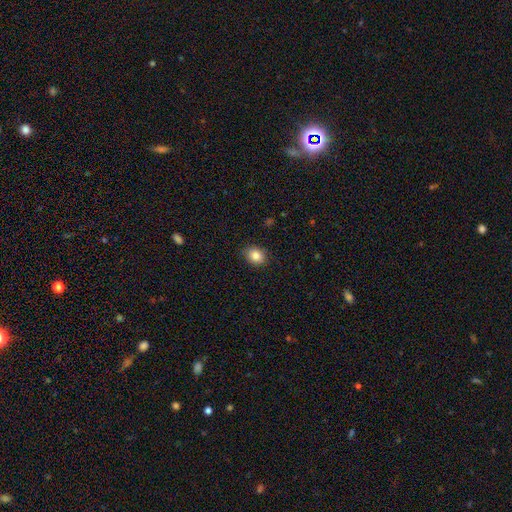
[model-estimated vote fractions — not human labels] The model was most divided on "how rounded": round: 52%, in between: 48%, cigar-shaped: 1%. More confident: merging — none (87%); smooth or featured — smooth (85%).